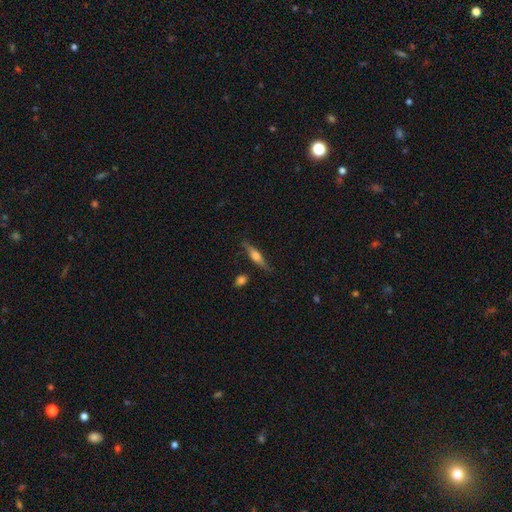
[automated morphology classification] featured or disk 54%, smooth 40%, star or artifact 6%. Down the decision tree: edge-on disk — yes (94%); edge-on bulge — rounded (84%); merging — none (79%).